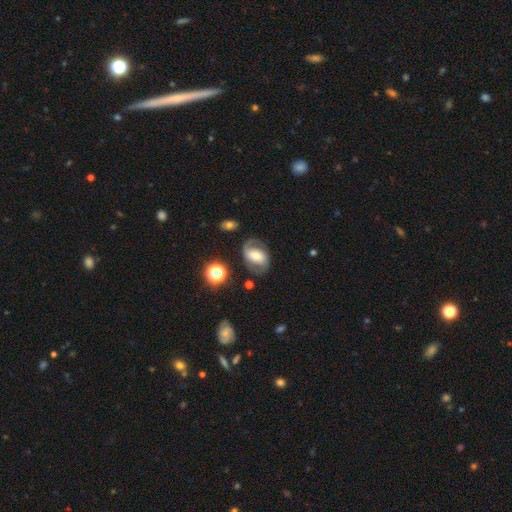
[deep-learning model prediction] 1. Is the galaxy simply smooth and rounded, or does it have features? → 65% featured or disk, 26% smooth, 9% star or artifact.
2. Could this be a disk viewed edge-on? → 96% no, 4% yes.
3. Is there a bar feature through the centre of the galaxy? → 36% weak, 35% no, 30% strong.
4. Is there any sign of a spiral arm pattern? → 81% yes, 19% no.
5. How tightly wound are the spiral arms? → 48% medium, 26% tight, 26% loose.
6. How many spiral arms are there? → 84% 2, 9% can't tell, 5% 1, 1% 3, 1% 4, 1% more than 4.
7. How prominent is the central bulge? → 54% moderate, 28% small, 12% large, 2% dominant, 2% none.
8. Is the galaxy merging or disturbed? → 70% none, 17% minor disturbance, 11% major disturbance, 2% merger.